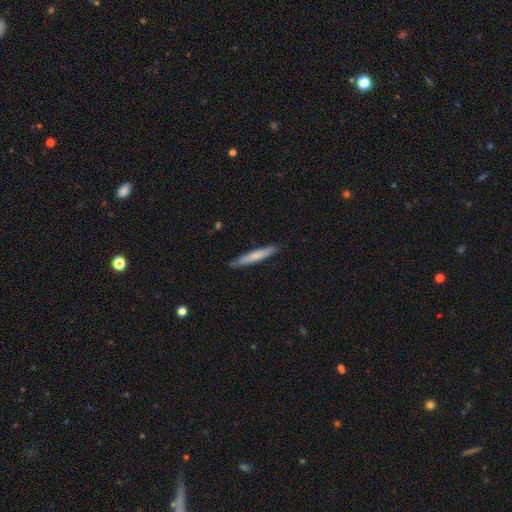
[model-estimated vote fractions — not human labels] Smooth or featured? smooth (70%)
How rounded? cigar-shaped (94%)
Merging? none (85%)